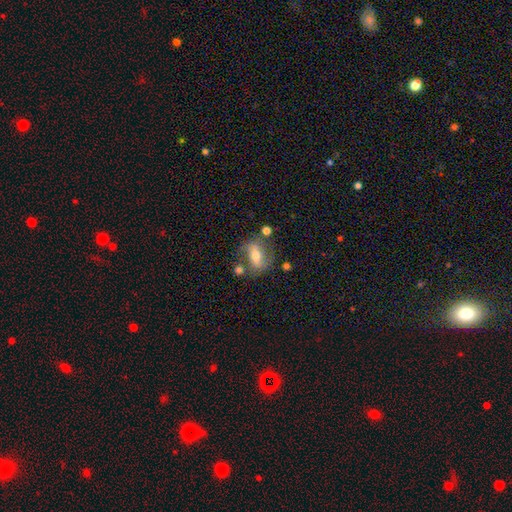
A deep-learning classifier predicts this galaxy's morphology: Smooth or featured: featured or disk — 51% (smooth — 39%)
Edge-on disk: no — 88% (yes — 12%)
Merging: none — 62% (minor disturbance — 18%)